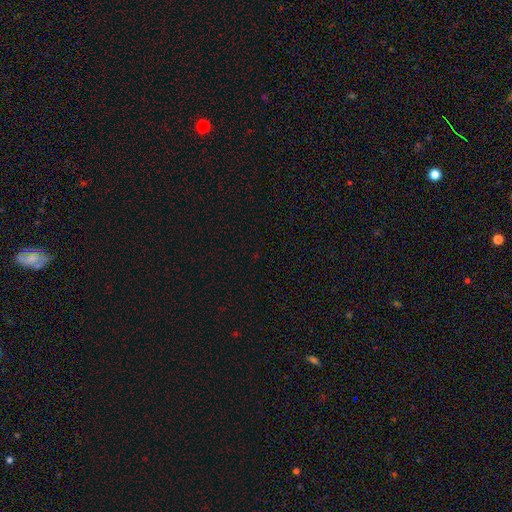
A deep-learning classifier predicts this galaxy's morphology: Overall: star or artifact (69%).